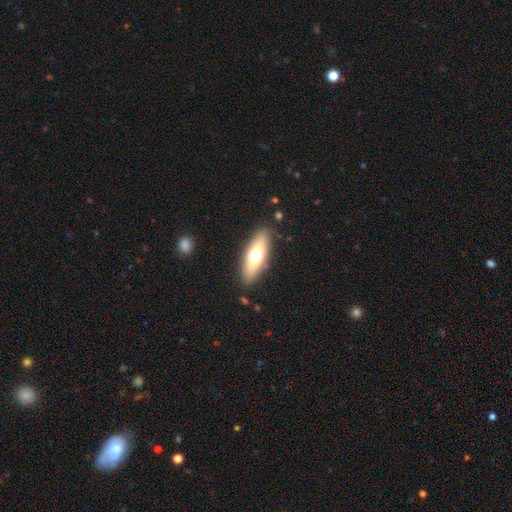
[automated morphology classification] Smooth or featured? Predicted: smooth (p=0.61). How rounded? Predicted: in between (p=0.61). Merging? Predicted: none (p=0.86).